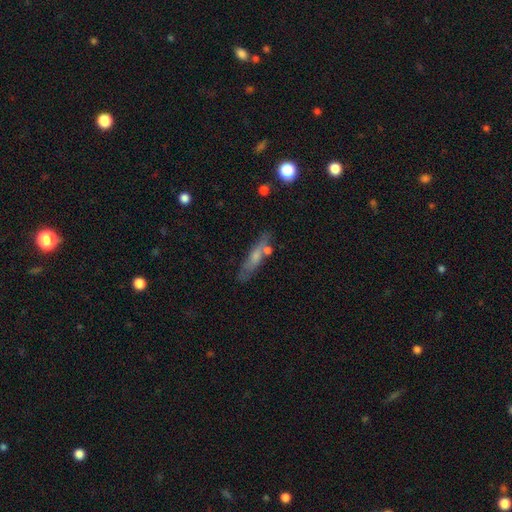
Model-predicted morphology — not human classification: Smooth or featured? Predicted: smooth (p=0.53). How rounded? Predicted: cigar-shaped (p=0.75). Merging? Predicted: none (p=0.65).